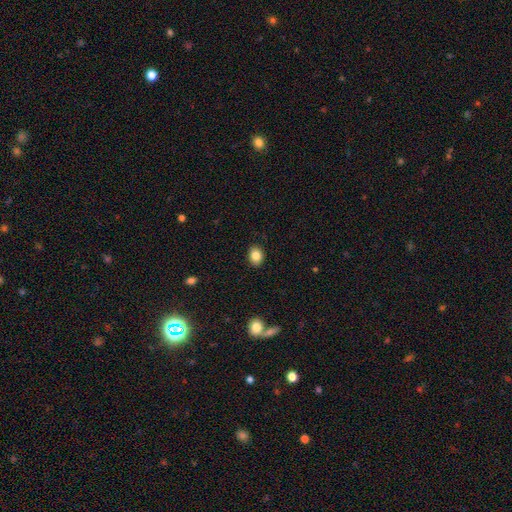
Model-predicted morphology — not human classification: Smooth or featured? smooth (84%)
How rounded? in between (60%)
Merging? none (90%)